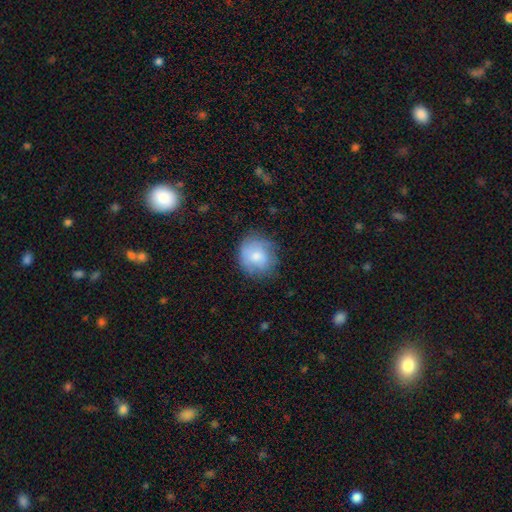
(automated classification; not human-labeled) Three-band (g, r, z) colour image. It shows a smooth galaxy with no disk features (73%) that is round (78%). Merging: none (71%).